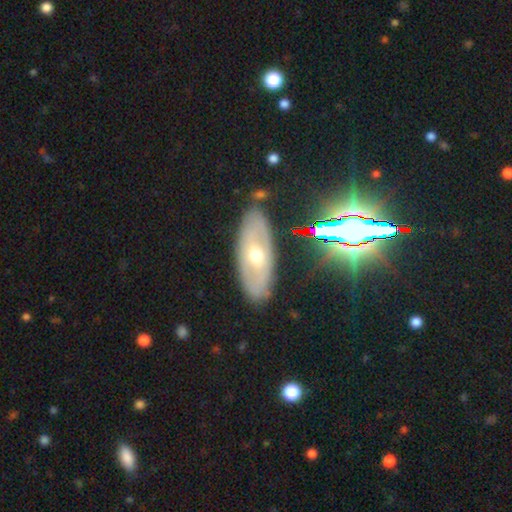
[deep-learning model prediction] Smooth or featured: featured or disk — 57% (smooth — 35%)
Edge-on disk: no — 78% (yes — 22%)
Merging: none — 84% (minor disturbance — 11%)